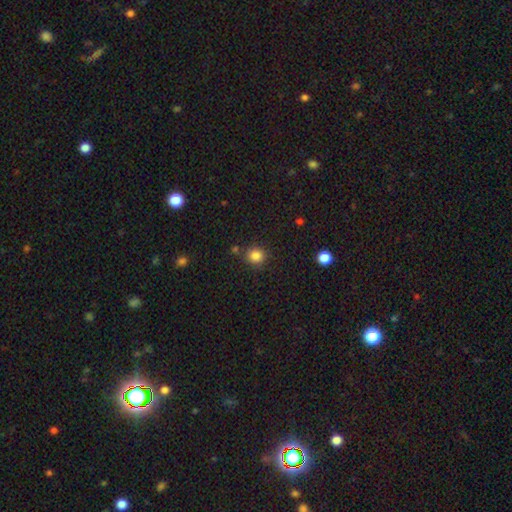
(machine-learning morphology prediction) A smooth galaxy with no disk features (84%) that is round (90%).

Vote fractions:
- Smooth or featured? smooth: 84% / star or artifact: 12% / featured or disk: 4%
- How rounded? round: 90% / in between: 9% / cigar-shaped: 1%
- Merging? none: 82% / minor disturbance: 10% / merger: 5% / major disturbance: 3%